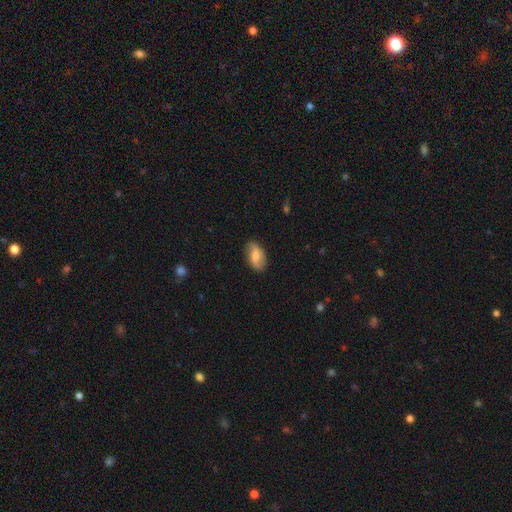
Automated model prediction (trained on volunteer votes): Smooth or featured?
  - smooth: 50% *
  - featured or disk: 43%
  - star or artifact: 7%
Merging?
  - none: 80% *
  - minor disturbance: 15%
  - major disturbance: 3%
  - merger: 1%